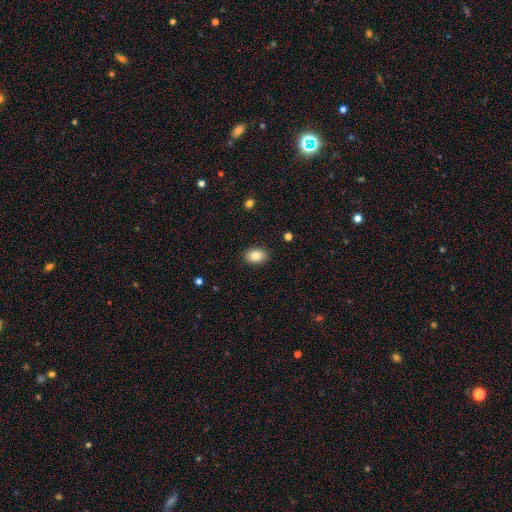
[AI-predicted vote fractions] smooth 85%, star or artifact 8%, featured or disk 7%. Down the decision tree: how rounded — in between (81%); merging — none (90%).